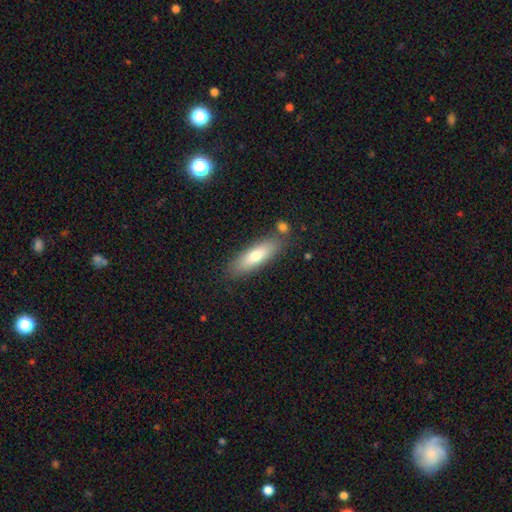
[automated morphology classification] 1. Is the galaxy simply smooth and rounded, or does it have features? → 70% smooth, 24% featured or disk, 7% star or artifact.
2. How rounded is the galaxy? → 53% cigar-shaped, 45% in between, 2% round.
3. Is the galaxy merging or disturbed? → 79% none, 12% minor disturbance, 6% merger, 3% major disturbance.